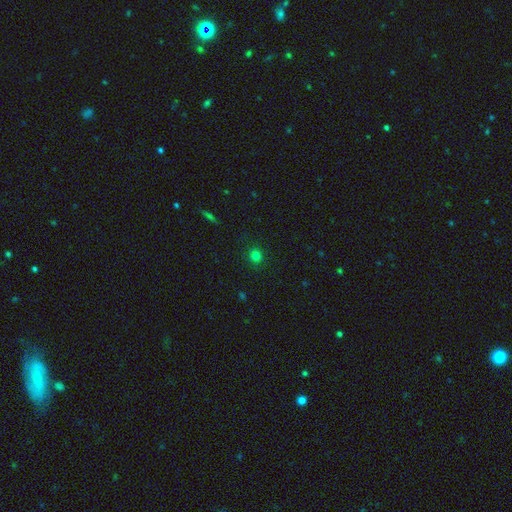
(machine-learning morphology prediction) This appears to be a smooth galaxy with no disk features (79%) that is round (88%). Merging: none (89%).